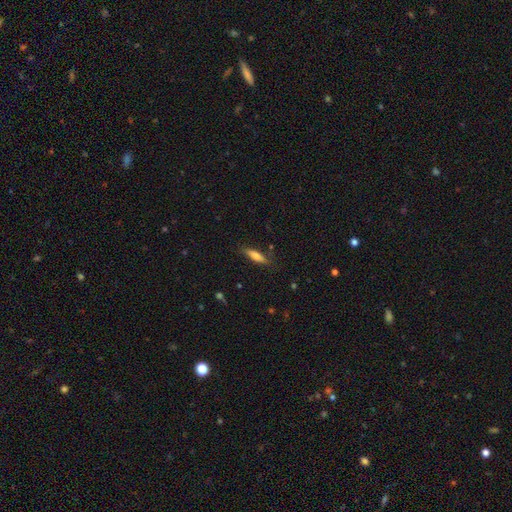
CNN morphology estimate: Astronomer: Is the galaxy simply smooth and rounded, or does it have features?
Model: smooth — 71%.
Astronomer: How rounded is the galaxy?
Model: cigar-shaped — 64%.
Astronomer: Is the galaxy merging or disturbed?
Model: none — 78%.